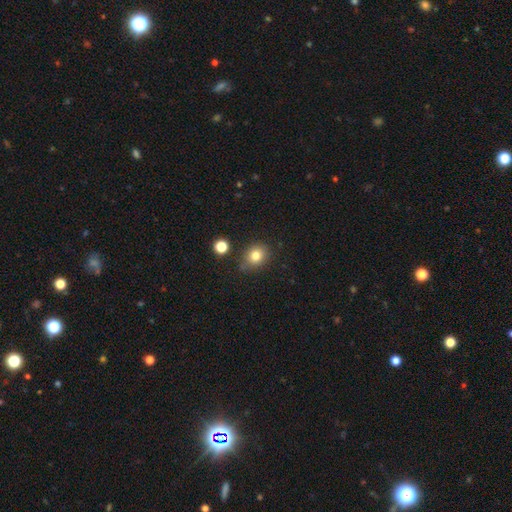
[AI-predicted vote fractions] Morphology: type=smooth (80%); roundness=round (65%); merging=none (75%).